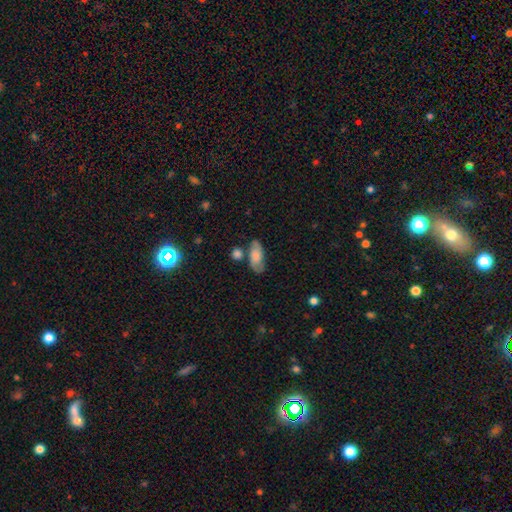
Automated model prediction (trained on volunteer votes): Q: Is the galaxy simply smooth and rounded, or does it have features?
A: smooth — 61%.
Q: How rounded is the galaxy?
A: in between — 84%.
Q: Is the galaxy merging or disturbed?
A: none — 61%.